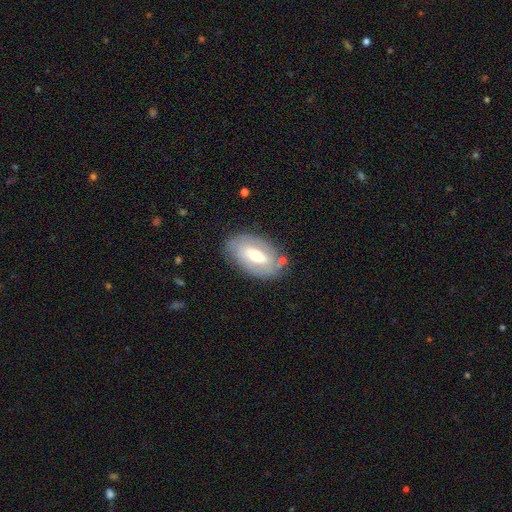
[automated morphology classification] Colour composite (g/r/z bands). It shows a featured or disk galaxy (55%). Merging: none (76%).